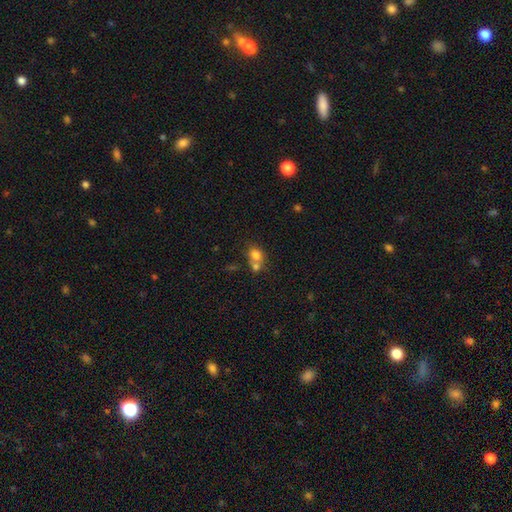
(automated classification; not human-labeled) Smooth or featured? smooth (73%)
How rounded? round (51%)
Merging? merger (57%)